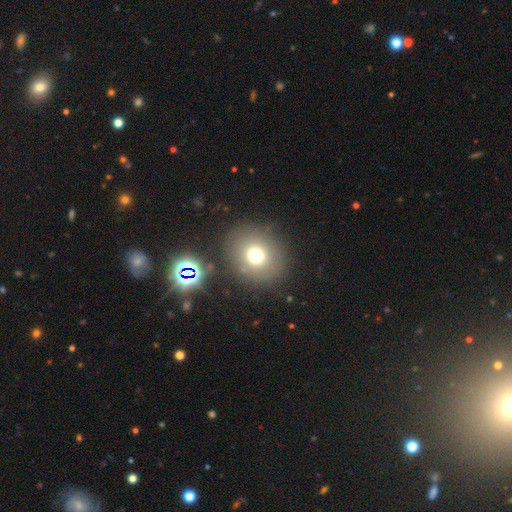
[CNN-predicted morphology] A smooth galaxy with no disk features (69%) that is round (79%).

Vote fractions:
- Smooth or featured? smooth: 69% / star or artifact: 17% / featured or disk: 14%
- How rounded? round: 79% / in between: 20% / cigar-shaped: 1%
- Merging? none: 83% / minor disturbance: 9% / major disturbance: 4% / merger: 4%